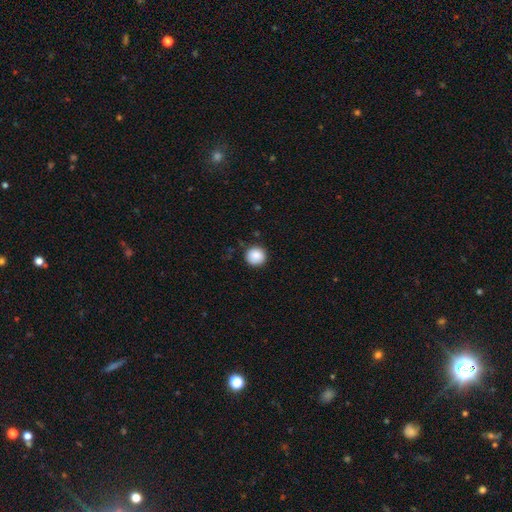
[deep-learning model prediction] A smooth galaxy with no disk features (88%) that is round (95%).

Vote fractions:
- Smooth or featured? smooth: 88% / star or artifact: 9% / featured or disk: 3%
- How rounded? round: 95% / in between: 4% / cigar-shaped: 1%
- Merging? none: 88% / minor disturbance: 9% / major disturbance: 2% / merger: 1%